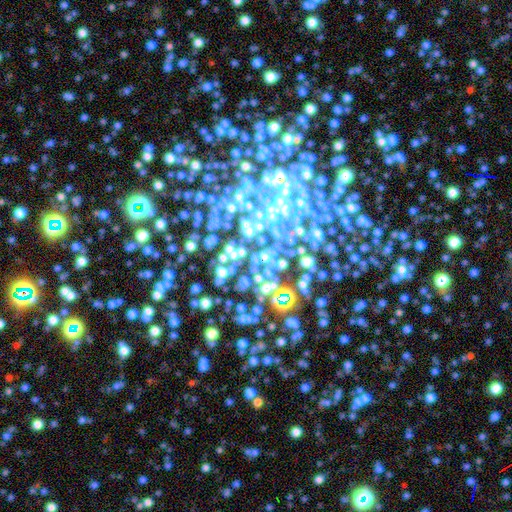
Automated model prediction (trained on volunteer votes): Smooth or featured: star or artifact — 63% (smooth — 19%)